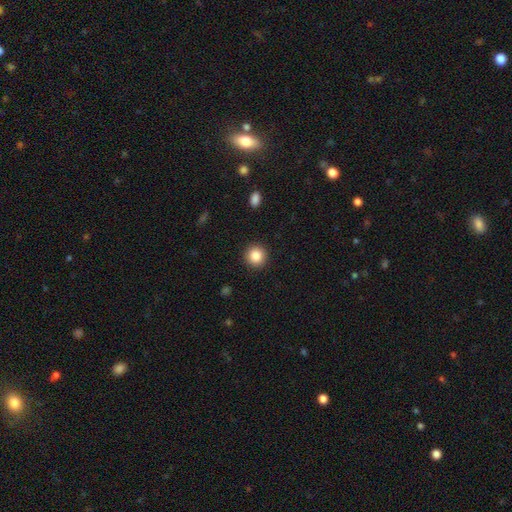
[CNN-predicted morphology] The model was most divided on "smooth or featured": smooth: 85%, star or artifact: 10%, featured or disk: 5%. More confident: how rounded — round (94%); merging — none (92%).